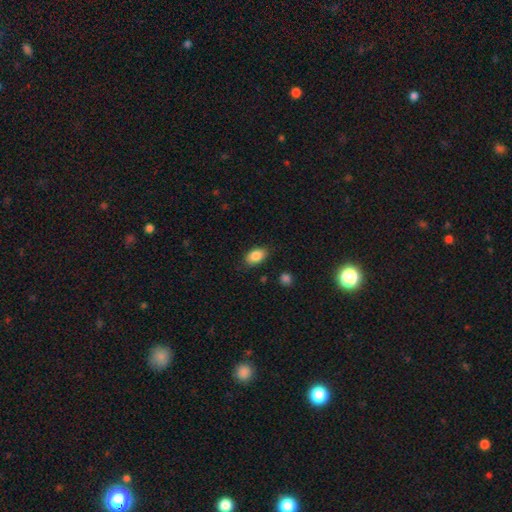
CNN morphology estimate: smooth-or-featured: smooth: 87% | star or artifact: 8% | featured or disk: 5%
  how-rounded: in between: 90% | round: 8% | cigar-shaped: 2%
  merging: none: 83% | minor disturbance: 12% | major disturbance: 3% | merger: 2%